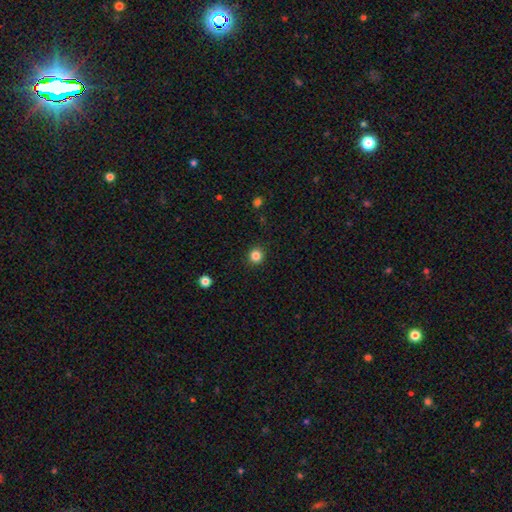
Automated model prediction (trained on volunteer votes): Smooth or featured? smooth (84%)
How rounded? round (93%)
Merging? none (92%)